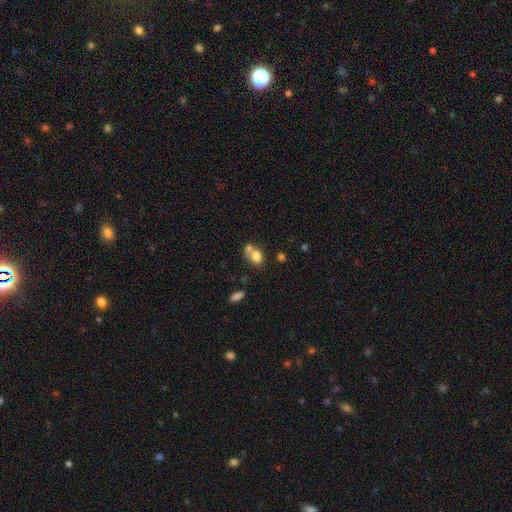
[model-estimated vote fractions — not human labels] Morphology: type=smooth (77%); roundness=in between (63%); merging=merger (52%).